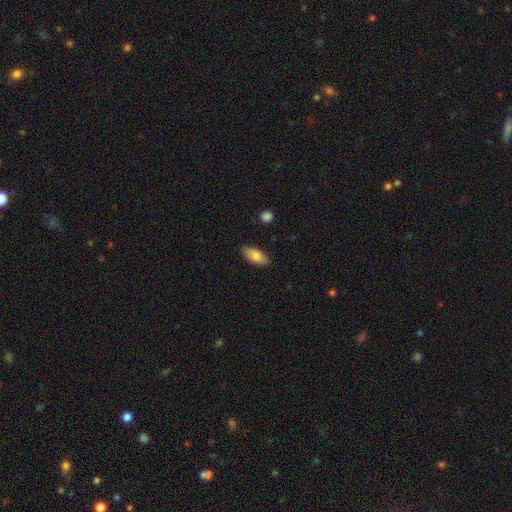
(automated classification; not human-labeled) Smooth or featured? smooth (83%)
How rounded? in between (85%)
Merging? none (86%)